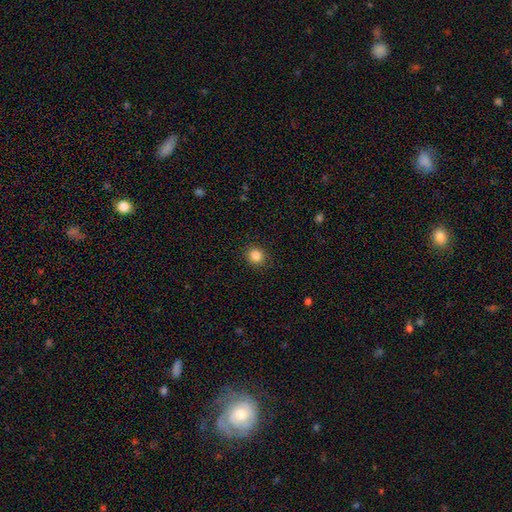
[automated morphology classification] Smooth or featured? smooth (85%)
How rounded? round (84%)
Merging? none (90%)